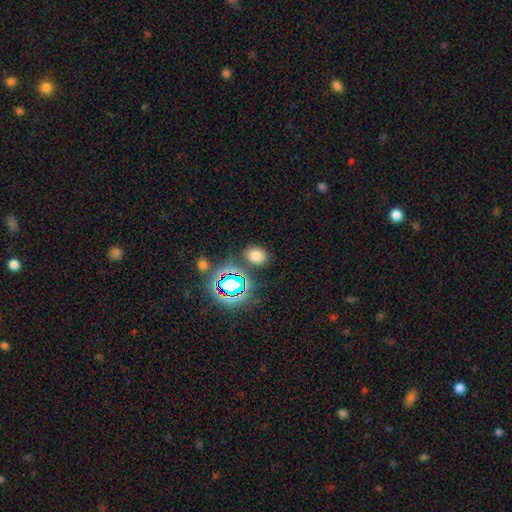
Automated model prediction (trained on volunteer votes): Q: Smooth or featured?
A: smooth (71%); runner-up: star or artifact (22%)
Q: How rounded?
A: in between (50%); runner-up: round (49%)
Q: Merging?
A: none (81%); runner-up: minor disturbance (10%)